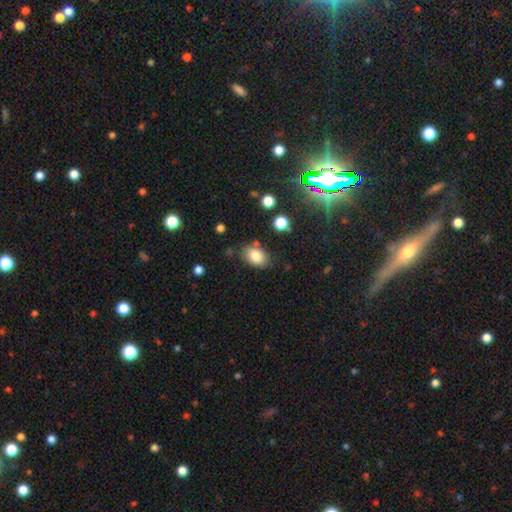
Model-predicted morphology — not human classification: smooth 83%, star or artifact 9%, featured or disk 8%. Down the decision tree: how rounded — in between (81%); merging — none (76%).